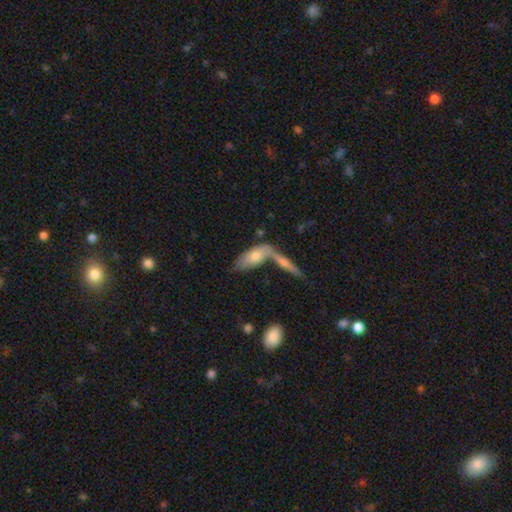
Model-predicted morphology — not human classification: Smooth or featured? Predicted: smooth (p=0.60). How rounded? Predicted: in between (p=0.73). Merging? Predicted: merger (p=0.48).